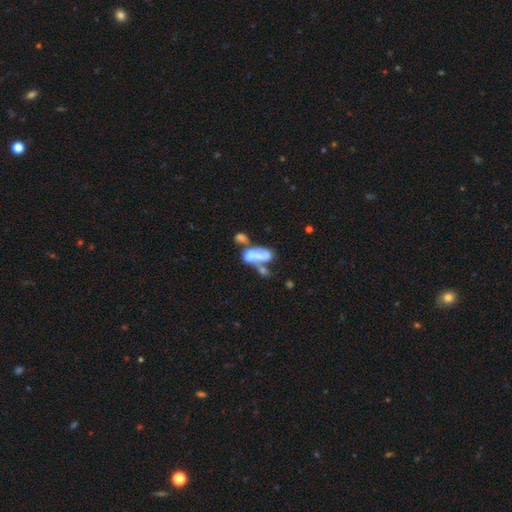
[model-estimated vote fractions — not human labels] featured or disk 45%, smooth 44%, star or artifact 11%. Down the decision tree: merging — merger (56%).